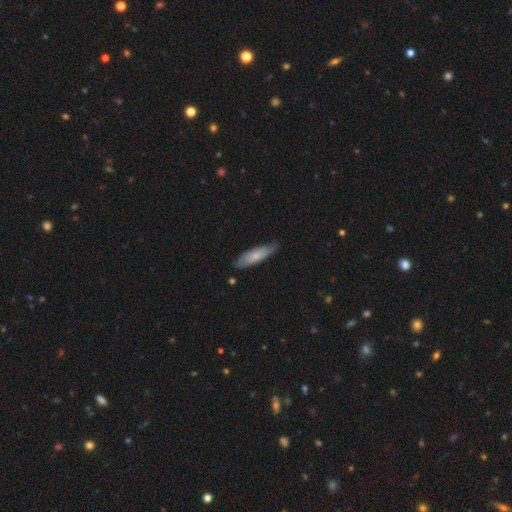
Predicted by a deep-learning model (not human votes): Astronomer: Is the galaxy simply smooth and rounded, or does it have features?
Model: smooth — 72%.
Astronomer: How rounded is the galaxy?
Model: cigar-shaped — 63%.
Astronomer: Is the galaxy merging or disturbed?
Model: none — 77%.